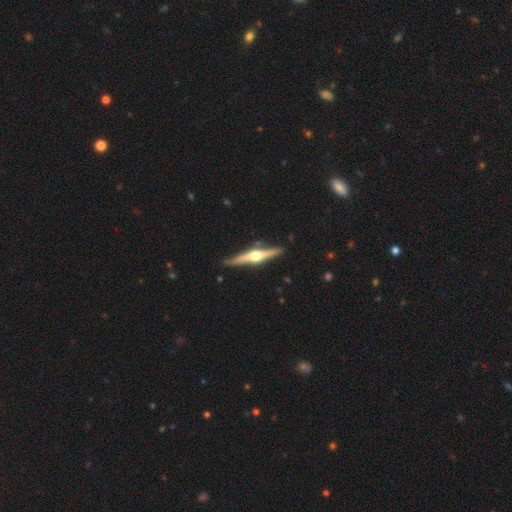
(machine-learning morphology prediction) This appears to be a featured or disk galaxy (79%) viewed edge-on (98%) with a rounded central bulge (95%). Merging: none (87%).